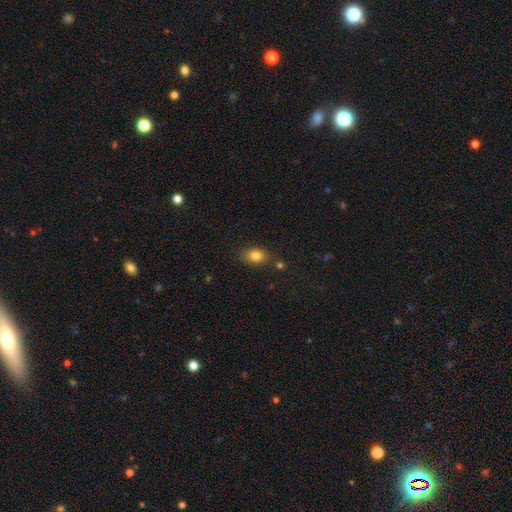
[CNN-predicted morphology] smooth 84%, star or artifact 10%, featured or disk 7%. Down the decision tree: how rounded — in between (74%); merging — none (76%).